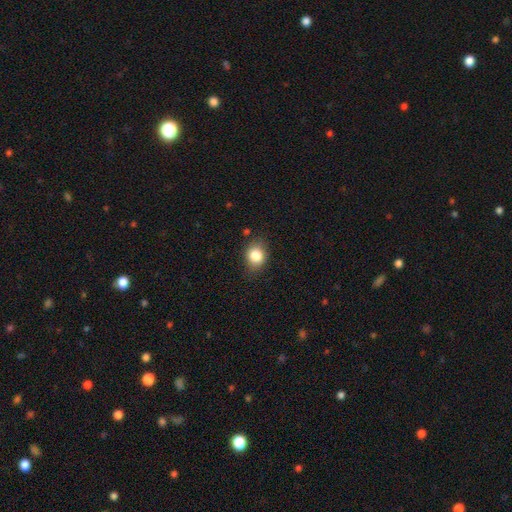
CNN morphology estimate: smooth-or-featured: smooth: 83% | star or artifact: 10% | featured or disk: 7%
  how-rounded: round: 57% | in between: 42% | cigar-shaped: 1%
  merging: none: 80% | minor disturbance: 15% | major disturbance: 3% | merger: 2%